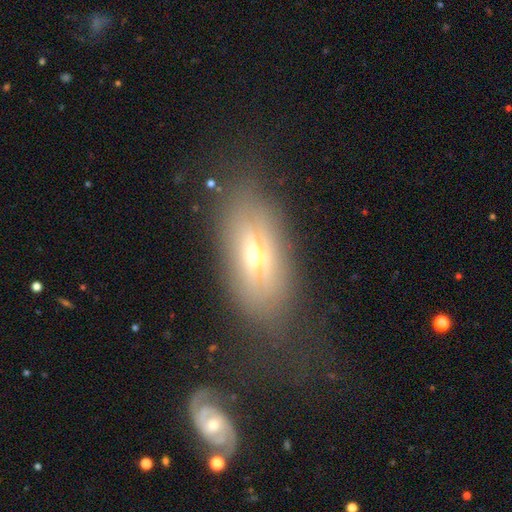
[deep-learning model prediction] Smooth or featured?
  - featured or disk: 53% *
  - smooth: 36%
  - star or artifact: 11%
Edge-on disk?
  - no: 55% *
  - yes: 45%
Merging?
  - none: 63% *
  - minor disturbance: 19%
  - major disturbance: 12%
  - merger: 5%